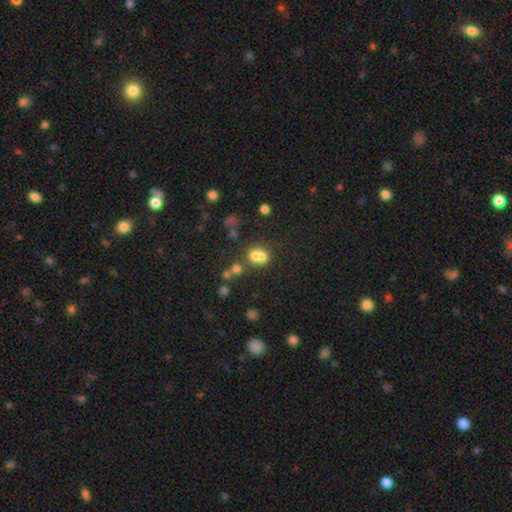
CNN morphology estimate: Q: Smooth or featured?
A: smooth (67%); runner-up: featured or disk (17%)
Q: How rounded?
A: round (59%); runner-up: in between (40%)
Q: Merging?
A: merger (56%); runner-up: none (31%)